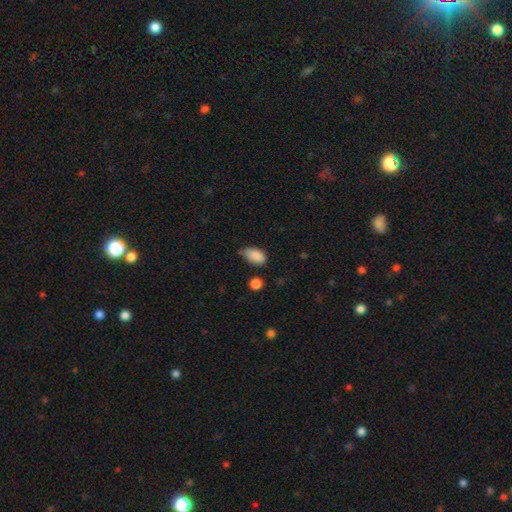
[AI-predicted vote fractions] Overall: smooth (88%). How rounded: in between (92%). Merging: none (58%; minor disturbance 33%).